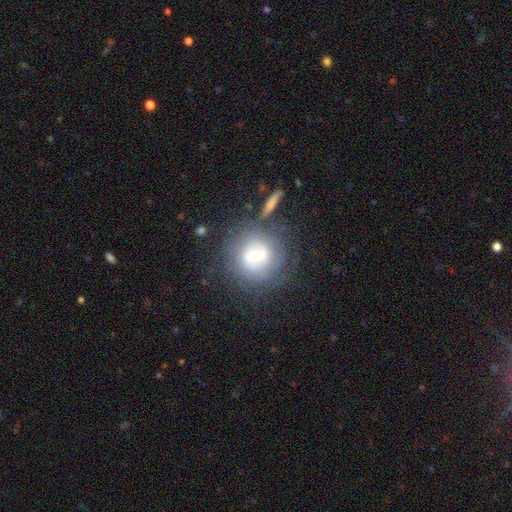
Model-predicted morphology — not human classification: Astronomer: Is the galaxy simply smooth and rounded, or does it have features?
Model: featured or disk — 59%.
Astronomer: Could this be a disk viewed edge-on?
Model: no — 95%.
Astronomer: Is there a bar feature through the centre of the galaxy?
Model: weak — 47% (runner-up: no, 30%).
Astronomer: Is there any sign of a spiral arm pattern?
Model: yes — 61% (runner-up: no, 39%).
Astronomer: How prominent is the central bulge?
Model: moderate — 62%.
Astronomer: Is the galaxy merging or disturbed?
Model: none — 69%.